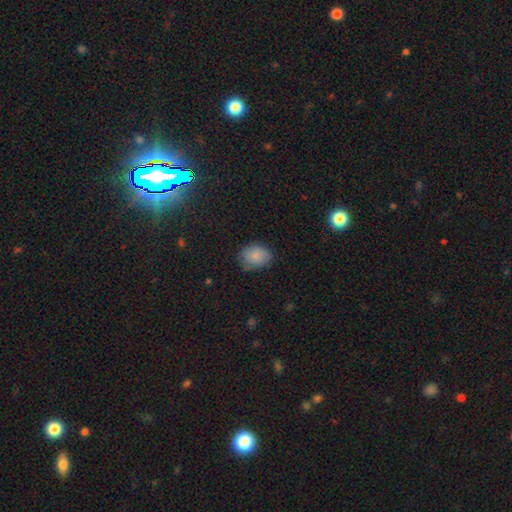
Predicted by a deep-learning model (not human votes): smooth_or_featured: smooth (p=0.83) [alt: featured or disk p=0.09]
how_rounded: in between (p=0.52) [alt: round p=0.47]
merging: none (p=0.70) [alt: minor disturbance p=0.24]